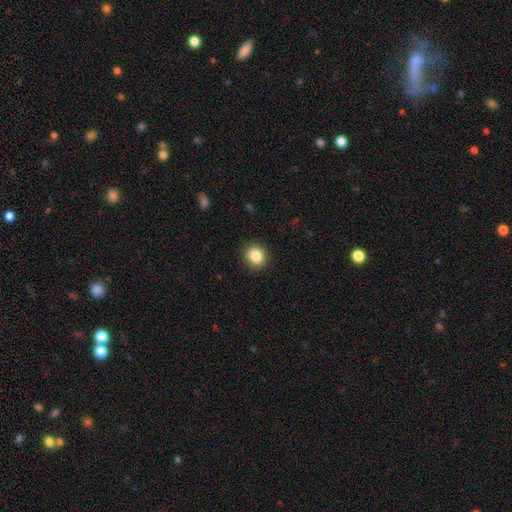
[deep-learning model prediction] Smooth or featured? Predicted: smooth (p=0.86). How rounded? Predicted: round (p=0.78). Merging? Predicted: none (p=0.89).